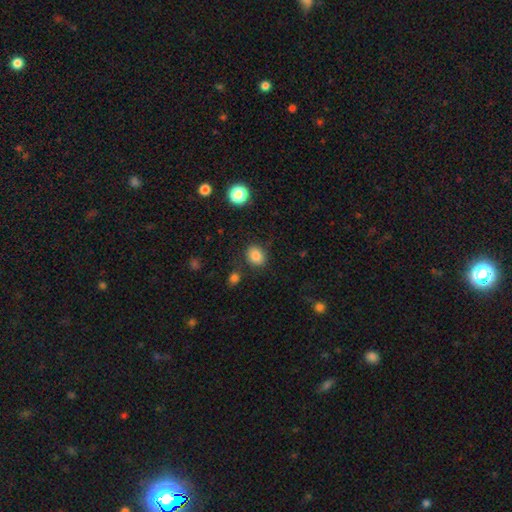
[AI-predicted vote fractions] Smooth or featured: smooth — 84% (star or artifact — 11%)
How rounded: round — 62% (in between — 38%)
Merging: none — 84% (minor disturbance — 10%)